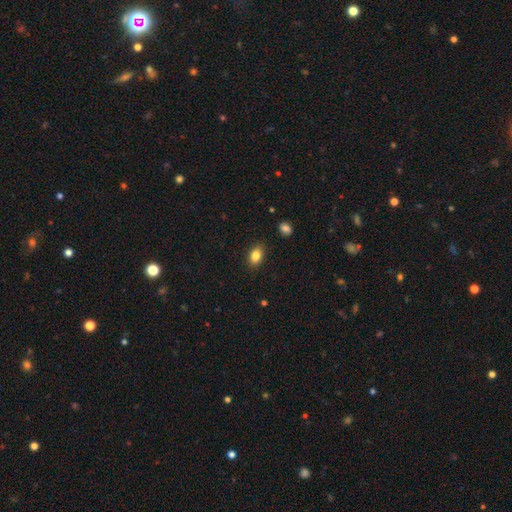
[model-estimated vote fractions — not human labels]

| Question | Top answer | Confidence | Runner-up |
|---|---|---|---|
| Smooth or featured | smooth | 84% | star or artifact (9%) |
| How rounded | in between | 79% | round (20%) |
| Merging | none | 88% | minor disturbance (9%) |